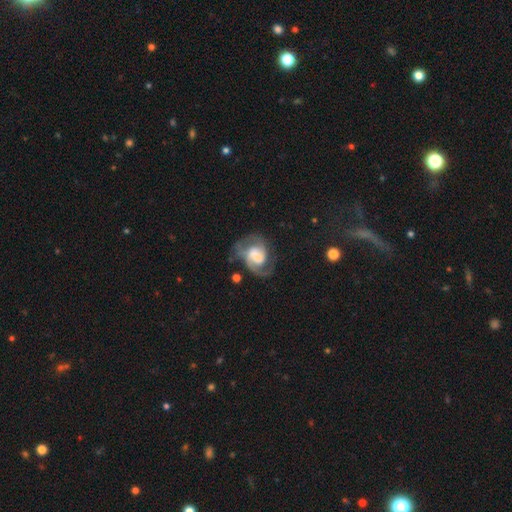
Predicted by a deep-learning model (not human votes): Q: Smooth or featured?
A: featured or disk (77%); runner-up: smooth (16%)
Q: Edge-on disk?
A: no (98%); runner-up: yes (2%)
Q: Bar?
A: no (44%); runner-up: weak (42%)
Q: Spiral arms?
A: yes (92%); runner-up: no (8%)
Q: Spiral winding?
A: medium (49%); runner-up: tight (31%)
Q: Spiral arm count?
A: 2 (66%); runner-up: 1 (15%)
Q: Bulge size?
A: moderate (29%); runner-up: large (27%)
Q: Merging?
A: none (51%); runner-up: major disturbance (23%)